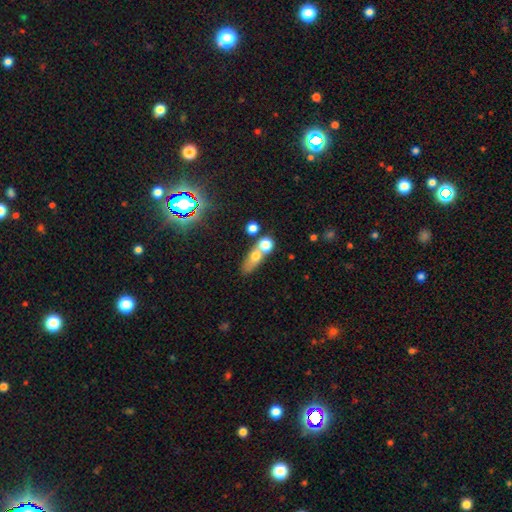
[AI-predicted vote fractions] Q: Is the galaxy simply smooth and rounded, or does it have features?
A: smooth — 63%.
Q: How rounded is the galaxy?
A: in between — 47%.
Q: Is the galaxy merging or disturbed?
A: merger — 46%.